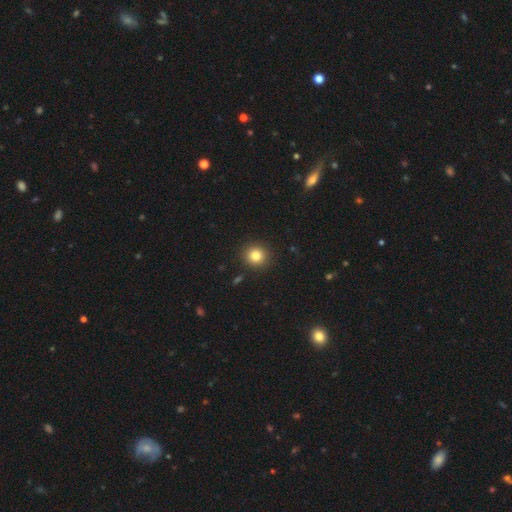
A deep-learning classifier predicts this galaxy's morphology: smooth_or_featured: smooth (p=0.82) [alt: star or artifact p=0.12]
how_rounded: round (p=0.93) [alt: in between p=0.06]
merging: none (p=0.91) [alt: minor disturbance p=0.06]